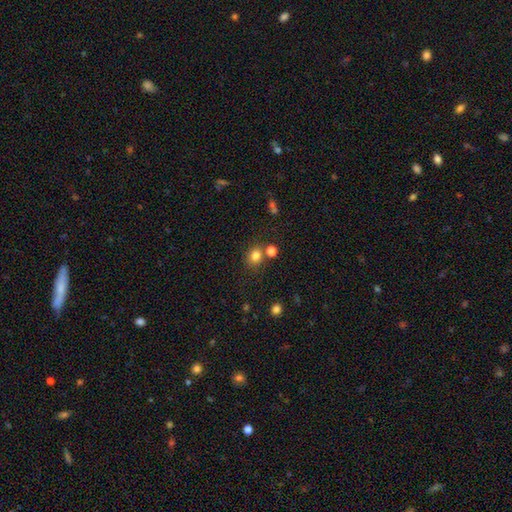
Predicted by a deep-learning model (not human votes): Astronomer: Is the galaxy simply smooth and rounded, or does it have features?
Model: smooth — 80%.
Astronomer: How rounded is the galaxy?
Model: round — 71%.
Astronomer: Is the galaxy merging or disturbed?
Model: none — 71%.